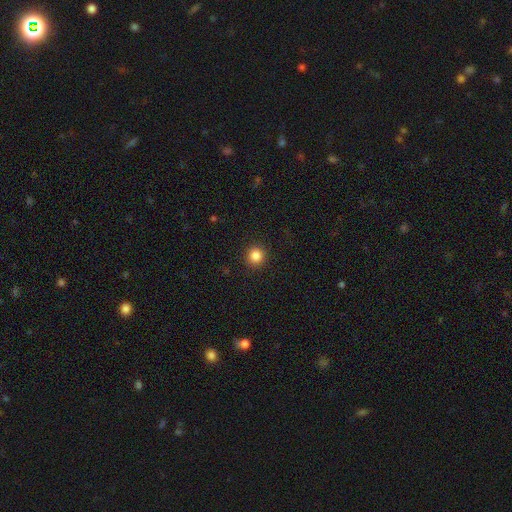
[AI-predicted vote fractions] smooth-or-featured: smooth: 85% | star or artifact: 11% | featured or disk: 4%
  how-rounded: round: 93% | in between: 6% | cigar-shaped: 1%
  merging: none: 92% | minor disturbance: 5% | major disturbance: 2% | merger: 1%